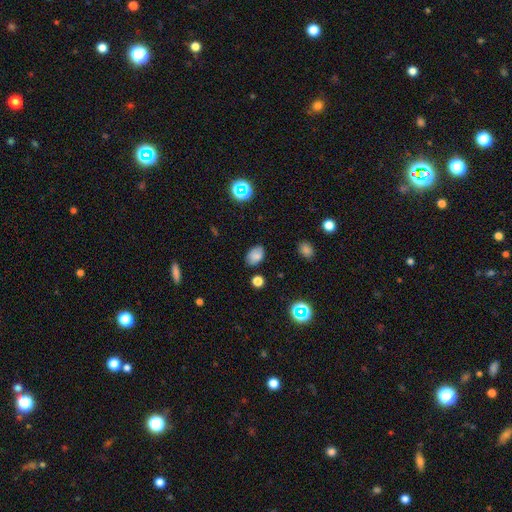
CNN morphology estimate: This is likely a smooth galaxy (77%). How rounded: clearly in between (83%). Merging: likely none (79%).